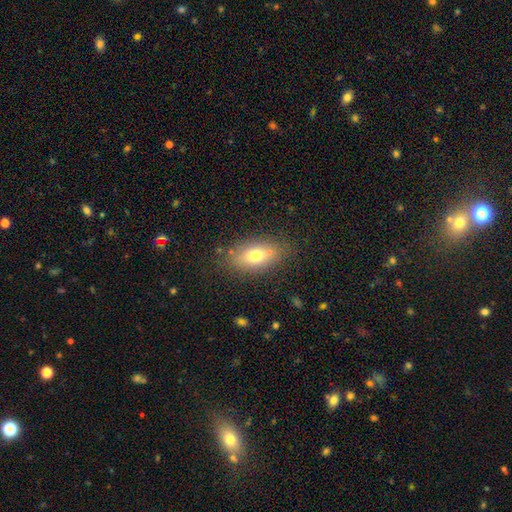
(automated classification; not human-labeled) A smooth galaxy with no disk features (72%) that is in between round and cigar-shaped (84%). Merging: none (75%).